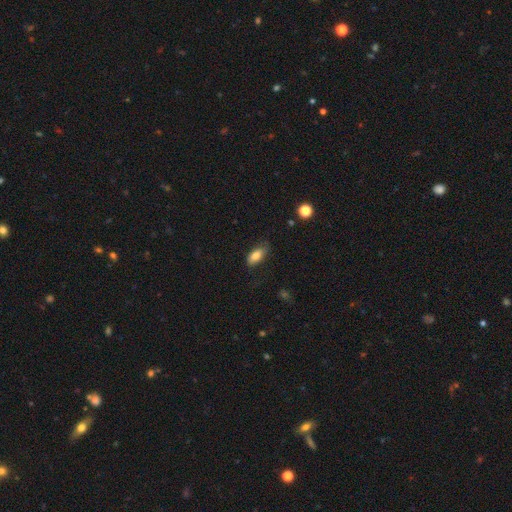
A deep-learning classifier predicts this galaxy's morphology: Smooth or featured? Predicted: smooth (p=0.81). How rounded? Predicted: in between (p=0.86). Merging? Predicted: none (p=0.72).